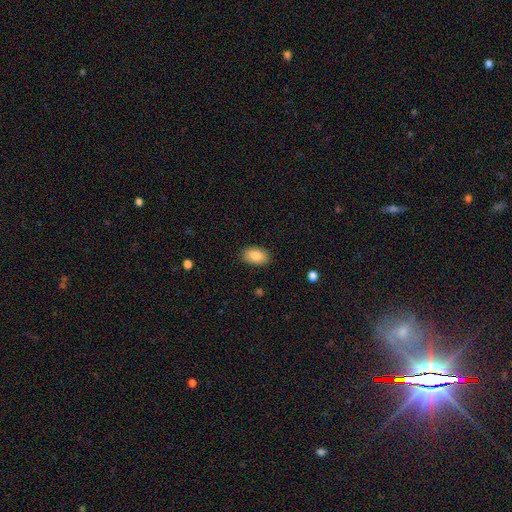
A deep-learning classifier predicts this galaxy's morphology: Q: Smooth or featured?
A: smooth (84%); runner-up: featured or disk (9%)
Q: How rounded?
A: in between (91%); runner-up: round (7%)
Q: Merging?
A: none (88%); runner-up: minor disturbance (9%)